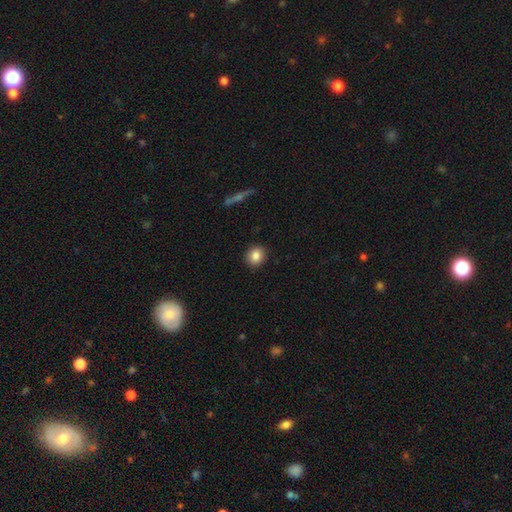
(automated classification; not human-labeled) smooth 85%, star or artifact 9%, featured or disk 6%. Down the decision tree: how rounded — round (81%); merging — none (90%).